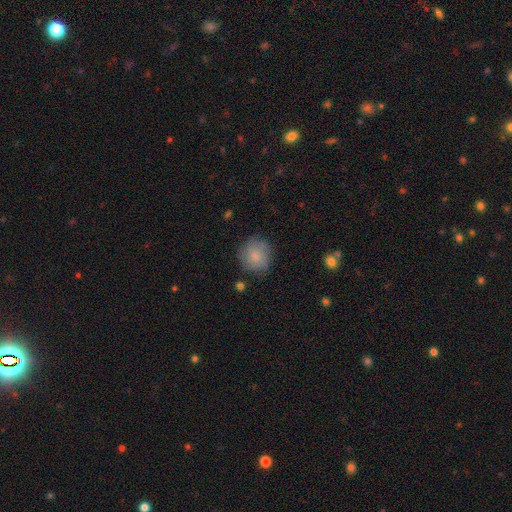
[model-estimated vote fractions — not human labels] This appears to be a smooth galaxy with no disk features (78%) that is round (89%). Merging: none (76%).